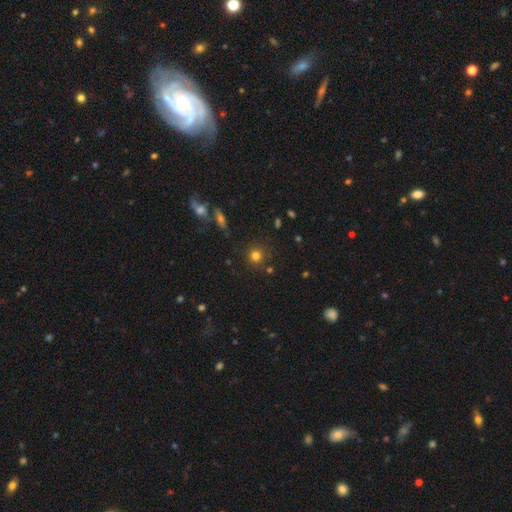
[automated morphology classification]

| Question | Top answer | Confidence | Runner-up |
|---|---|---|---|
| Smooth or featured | smooth | 75% | star or artifact (17%) |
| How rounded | round | 92% | in between (7%) |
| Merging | none | 85% | minor disturbance (8%) |